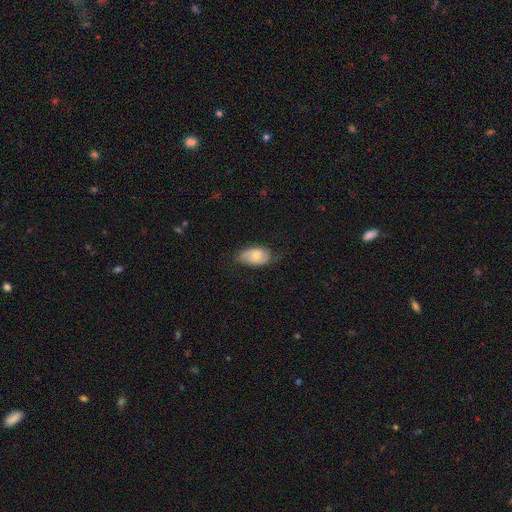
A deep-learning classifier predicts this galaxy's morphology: Smooth or featured?
  - smooth: 66% *
  - featured or disk: 28%
  - star or artifact: 7%
How rounded?
  - in between: 92% *
  - round: 6%
  - cigar-shaped: 2%
Merging?
  - none: 60% *
  - minor disturbance: 30%
  - major disturbance: 9%
  - merger: 1%